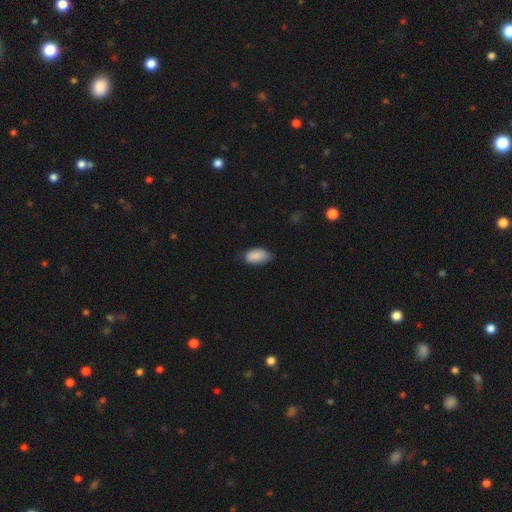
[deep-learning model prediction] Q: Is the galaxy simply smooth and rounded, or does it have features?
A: smooth — 88%.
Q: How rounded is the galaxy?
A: in between — 94%.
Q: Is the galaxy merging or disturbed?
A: none — 64%.